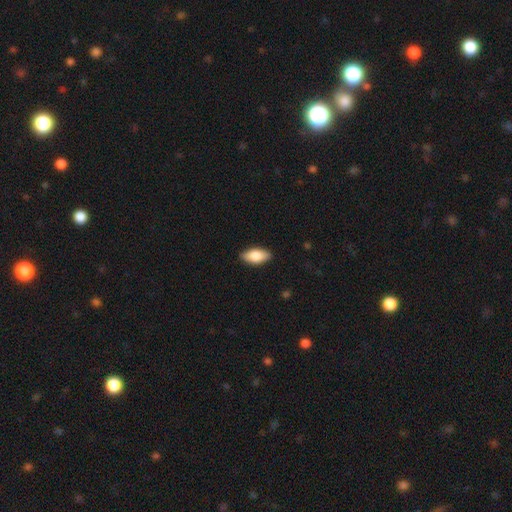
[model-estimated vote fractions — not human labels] smooth-or-featured: smooth: 79% | featured or disk: 15% | star or artifact: 6%
  how-rounded: in between: 89% | cigar-shaped: 9% | round: 3%
  merging: none: 88% | minor disturbance: 9% | major disturbance: 2% | merger: 1%